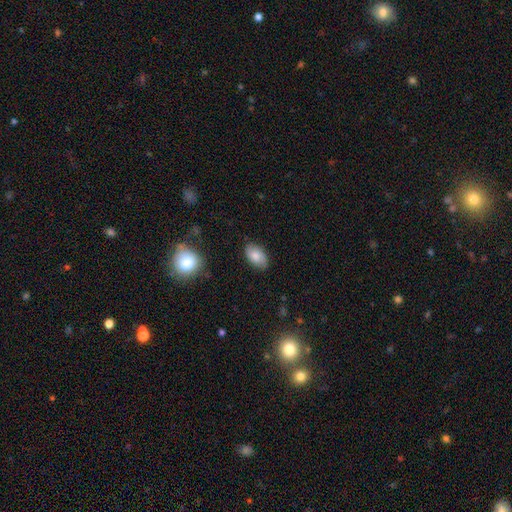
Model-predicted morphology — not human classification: type=smooth (73%); roundness=in between (93%); merging=none (81%).